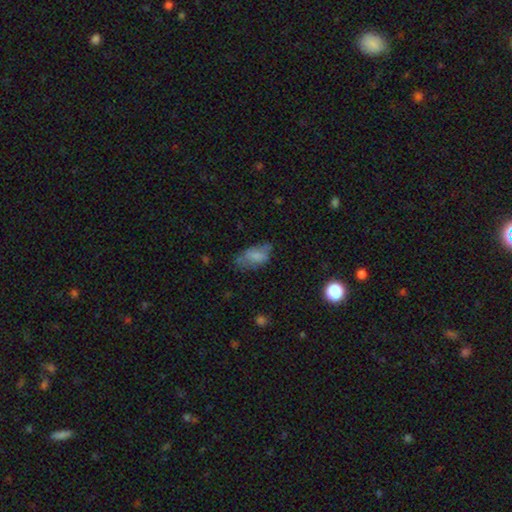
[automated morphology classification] Q: Smooth or featured?
A: smooth (71%); runner-up: featured or disk (18%)
Q: How rounded?
A: in between (91%); runner-up: round (5%)
Q: Merging?
A: none (44%); runner-up: minor disturbance (32%)